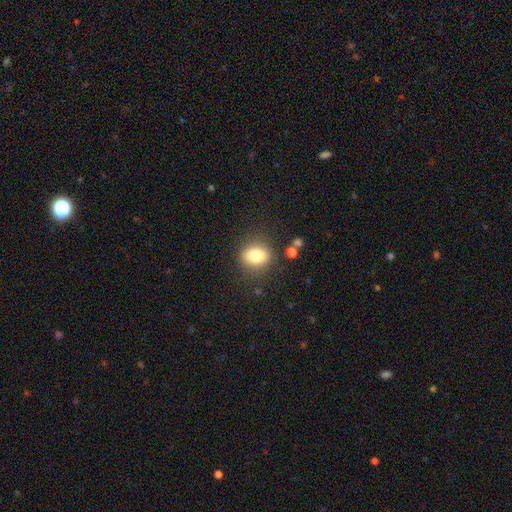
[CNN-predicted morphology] smooth 82%, star or artifact 10%, featured or disk 8%. Down the decision tree: how rounded — in between (51%); merging — none (81%).